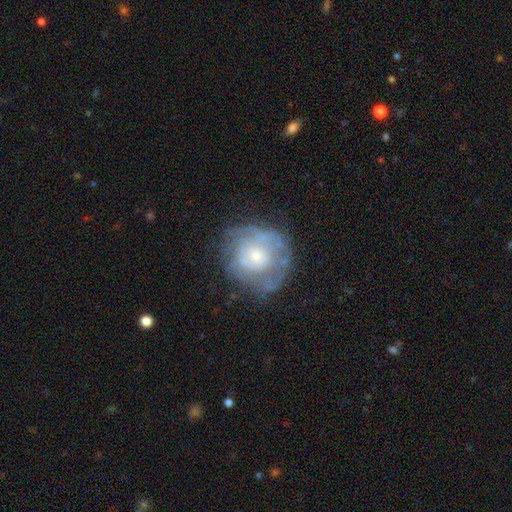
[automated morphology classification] A featured or disk galaxy (59%) with no bar (85%), spiral arms (52%) and a small central bulge (62%). Merging: none (60%).